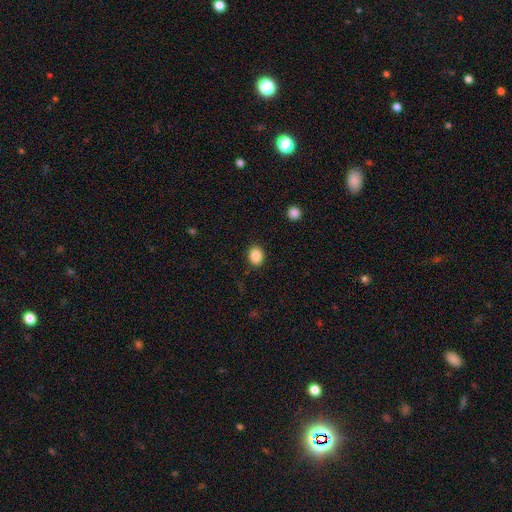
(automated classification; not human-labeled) smooth 87%, star or artifact 9%, featured or disk 4%. Down the decision tree: how rounded — in between (50%); merging — none (89%).